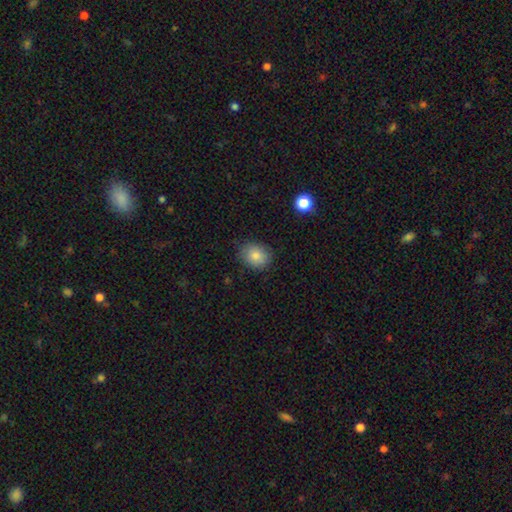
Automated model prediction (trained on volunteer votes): Smooth or featured? Predicted: smooth (p=0.82). How rounded? Predicted: round (p=0.56). Merging? Predicted: none (p=0.80).